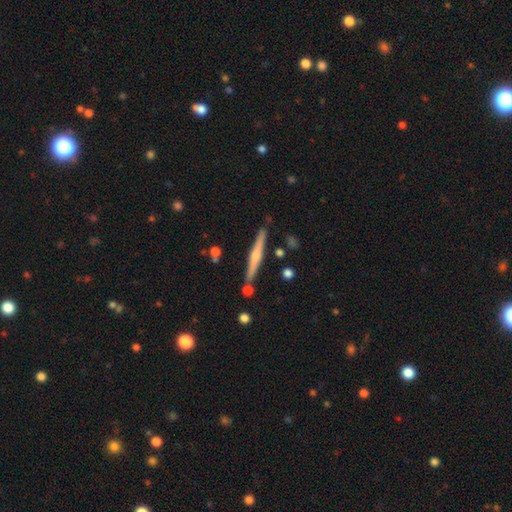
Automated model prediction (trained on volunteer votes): Overall: featured or disk (63%; smooth 31%). Edge-on disk: yes (98%). Edge-on bulge: rounded (73%). Merging: none (86%).